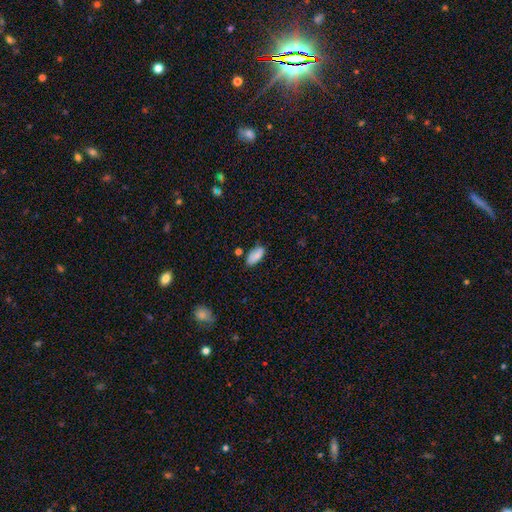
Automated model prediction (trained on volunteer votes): smooth_or_featured: smooth (p=0.83) [alt: featured or disk p=0.10]
how_rounded: in between (p=0.90) [alt: cigar-shaped p=0.08]
merging: none (p=0.72) [alt: minor disturbance p=0.20]